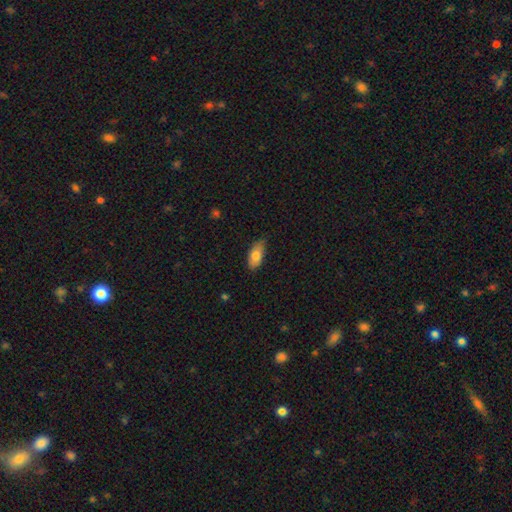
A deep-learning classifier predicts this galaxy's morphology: type=smooth (79%); roundness=in between (89%); merging=none (74%).